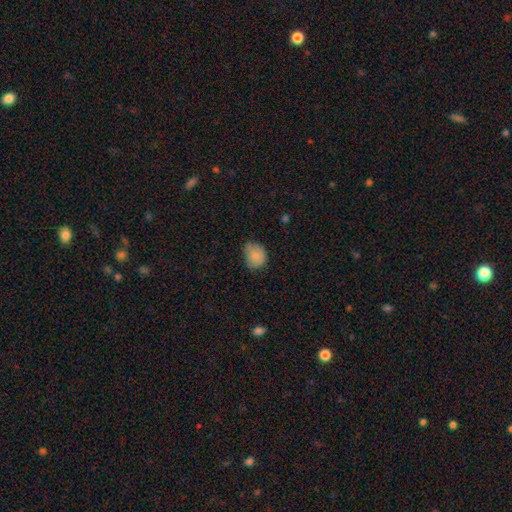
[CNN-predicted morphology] Smooth or featured? smooth (82%)
How rounded? round (52%)
Merging? none (57%)